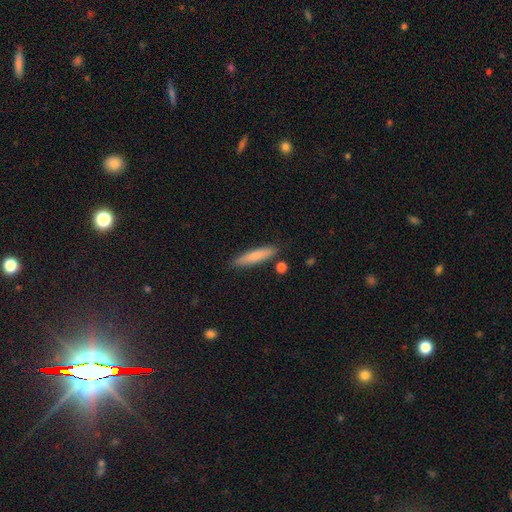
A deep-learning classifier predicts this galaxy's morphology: Smooth or featured? Predicted: smooth (p=0.76). How rounded? Predicted: cigar-shaped (p=0.88). Merging? Predicted: none (p=0.86).